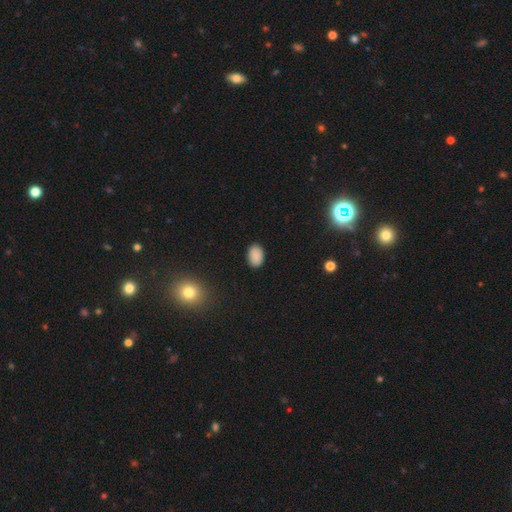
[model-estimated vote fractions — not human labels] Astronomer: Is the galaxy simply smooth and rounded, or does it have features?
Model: smooth — 88%.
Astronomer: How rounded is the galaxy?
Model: in between — 90%.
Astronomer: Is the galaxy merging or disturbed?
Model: none — 87%.